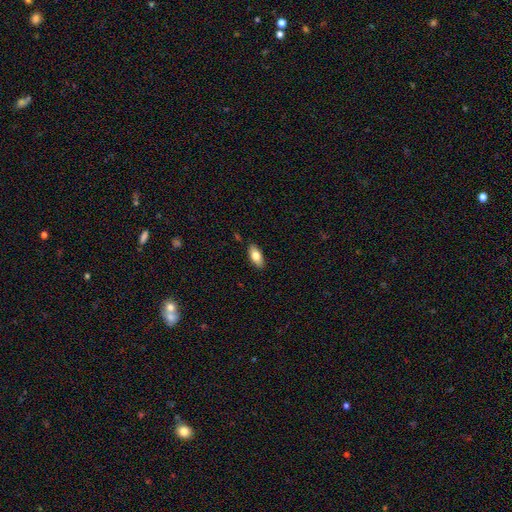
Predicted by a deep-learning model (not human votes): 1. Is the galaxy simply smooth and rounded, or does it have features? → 78% smooth, 15% featured or disk, 7% star or artifact.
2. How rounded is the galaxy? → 89% in between, 9% cigar-shaped, 3% round.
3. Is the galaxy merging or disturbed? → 87% none, 10% minor disturbance, 2% major disturbance, 1% merger.